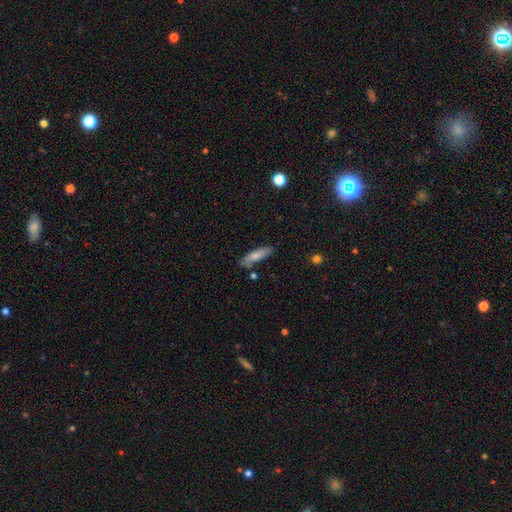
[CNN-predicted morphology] Overall: smooth (74%). How rounded: cigar-shaped (66%; in between 33%). Merging: none (77%).